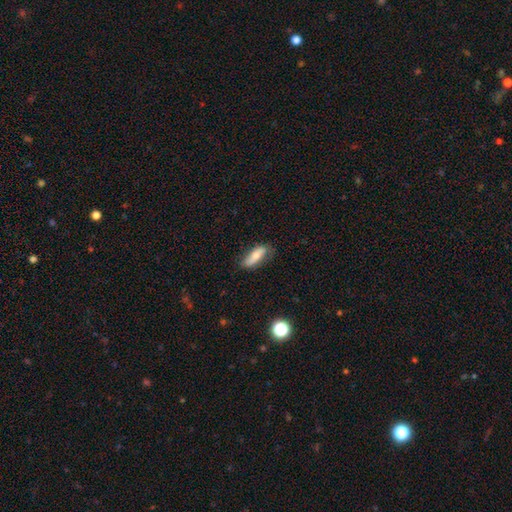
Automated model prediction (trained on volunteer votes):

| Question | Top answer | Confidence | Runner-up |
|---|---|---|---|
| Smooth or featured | smooth | 64% | featured or disk (30%) |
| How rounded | in between | 61% | cigar-shaped (37%) |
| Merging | none | 69% | minor disturbance (23%) |